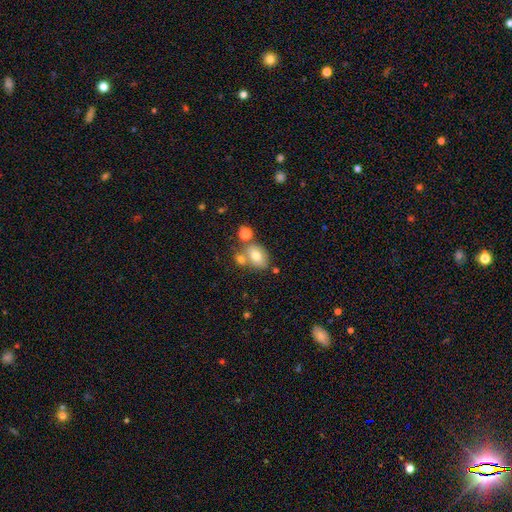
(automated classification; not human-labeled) Overall: smooth (73%). How rounded: in between (80%). Merging: none (55%; merger 26%).